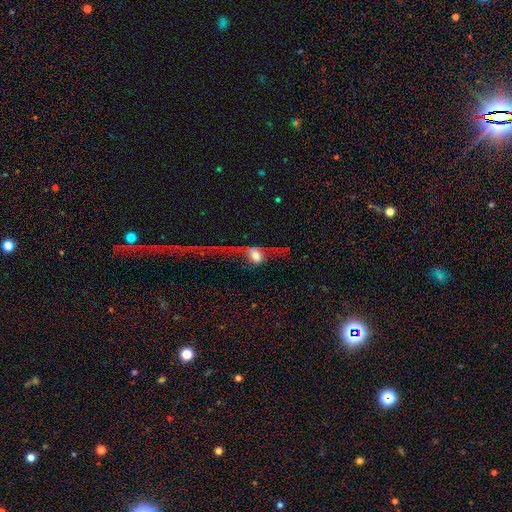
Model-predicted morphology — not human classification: The model was most divided on "smooth or featured": featured or disk: 48%, smooth: 37%, star or artifact: 14%. More confident: merging — major disturbance (50%).